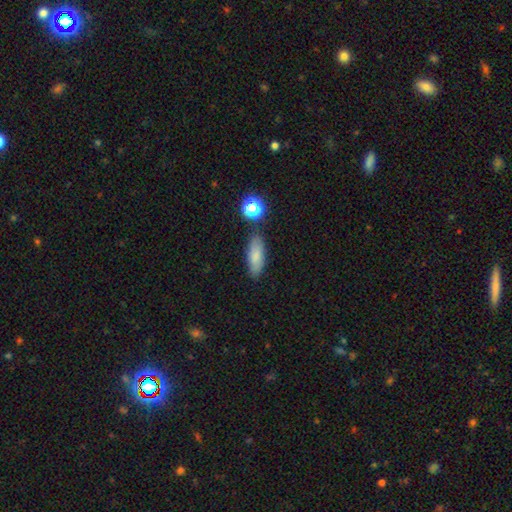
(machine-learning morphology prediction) smooth-or-featured: smooth: 80% | featured or disk: 11% | star or artifact: 9%
  how-rounded: in between: 72% | cigar-shaped: 24% | round: 4%
  merging: none: 80% | minor disturbance: 13% | merger: 4% | major disturbance: 3%